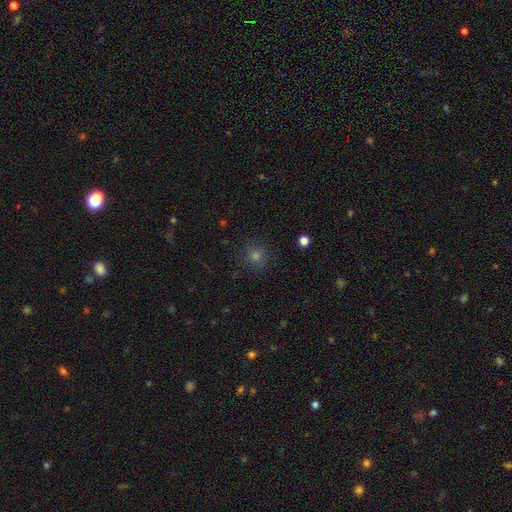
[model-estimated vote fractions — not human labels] A smooth galaxy with no disk features (69%) that is round (91%). Merging: none (89%).